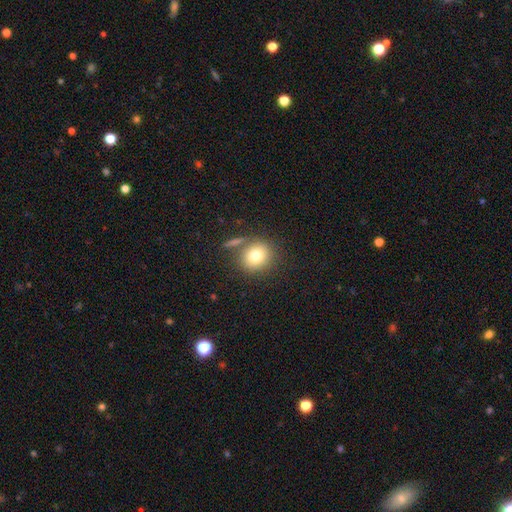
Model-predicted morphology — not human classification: A smooth galaxy with no disk features (78%) that is round (79%). Merging: none (72%).